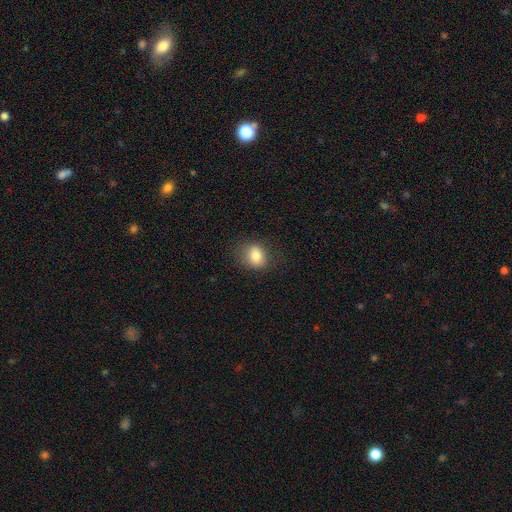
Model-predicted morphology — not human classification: Overall: smooth (79%). How rounded: in between (50%; round 49%). Merging: none (79%).